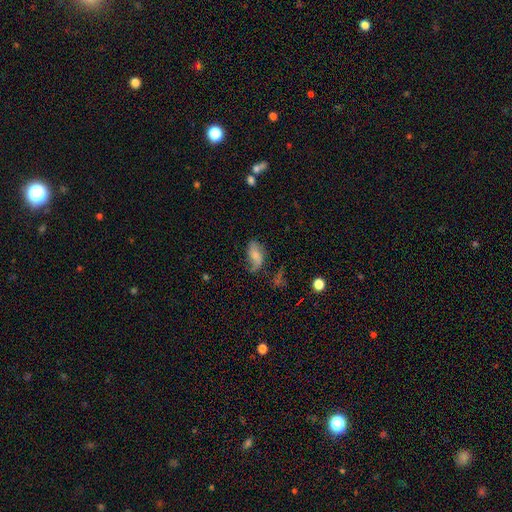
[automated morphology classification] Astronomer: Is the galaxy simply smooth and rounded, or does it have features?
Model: smooth — 52% (runner-up: featured or disk, 39%).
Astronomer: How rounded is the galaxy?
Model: in between — 91%.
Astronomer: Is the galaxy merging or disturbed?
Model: none — 47% (runner-up: minor disturbance, 30%).